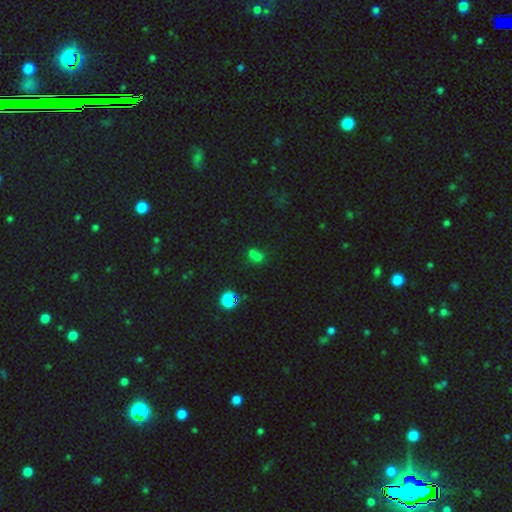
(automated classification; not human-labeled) The model was most divided on "merging": merger: 45%, none: 38%, minor disturbance: 11%, major disturbance: 6%. More confident: smooth or featured — smooth (54%); how rounded — round (53%).